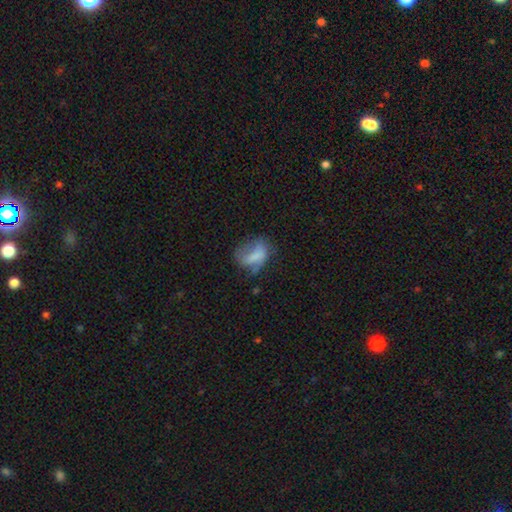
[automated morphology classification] Overall: smooth (59%; featured or disk 30%). How rounded: in between (78%). Merging: major disturbance (37%; none 31%).